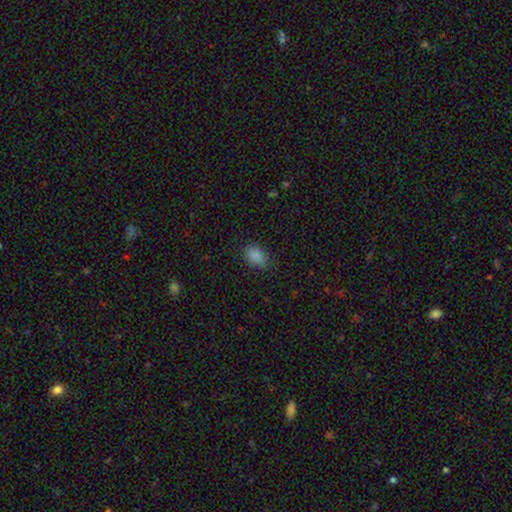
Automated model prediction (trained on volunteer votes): Smooth or featured: smooth — 86% (star or artifact — 10%)
How rounded: in between — 85% (round — 13%)
Merging: none — 77% (minor disturbance — 18%)